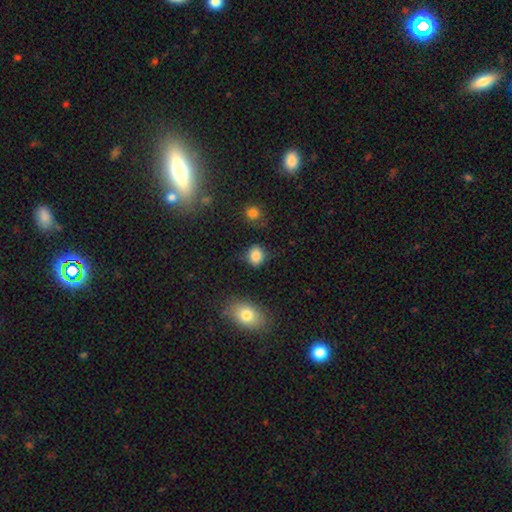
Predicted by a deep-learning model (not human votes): smooth_or_featured: smooth (p=0.85) [alt: star or artifact p=0.10]
how_rounded: round (p=0.66) [alt: in between p=0.33]
merging: none (p=0.75) [alt: minor disturbance p=0.18]